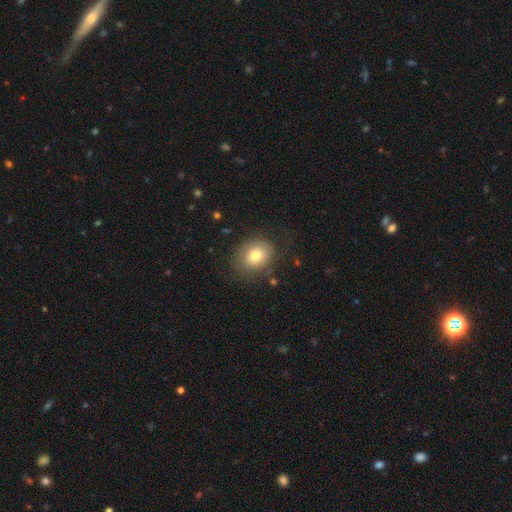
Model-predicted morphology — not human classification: This is likely a smooth galaxy (74%). How rounded: possibly round (51%). Merging: likely none (75%).